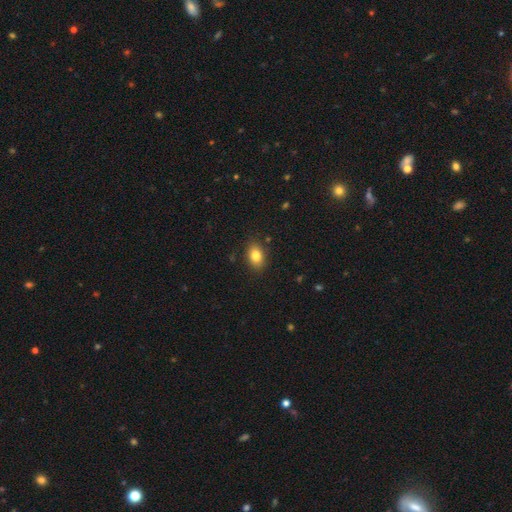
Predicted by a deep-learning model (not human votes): smooth 82%, star or artifact 9%, featured or disk 9%. Down the decision tree: how rounded — in between (79%); merging — none (86%).